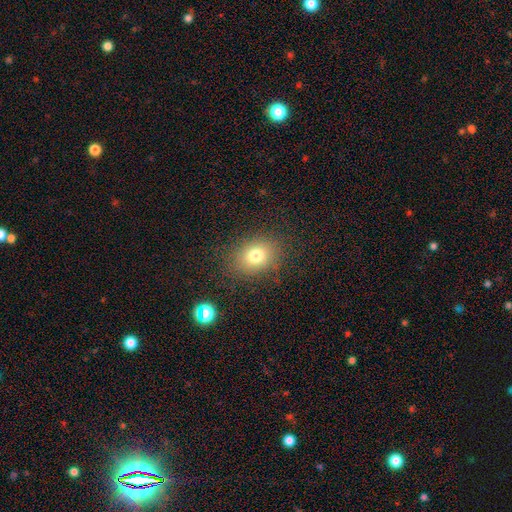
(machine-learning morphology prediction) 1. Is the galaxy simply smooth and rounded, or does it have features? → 76% smooth, 14% star or artifact, 10% featured or disk.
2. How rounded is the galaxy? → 54% in between, 45% round, 1% cigar-shaped.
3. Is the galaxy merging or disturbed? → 83% none, 11% minor disturbance, 5% major disturbance, 1% merger.